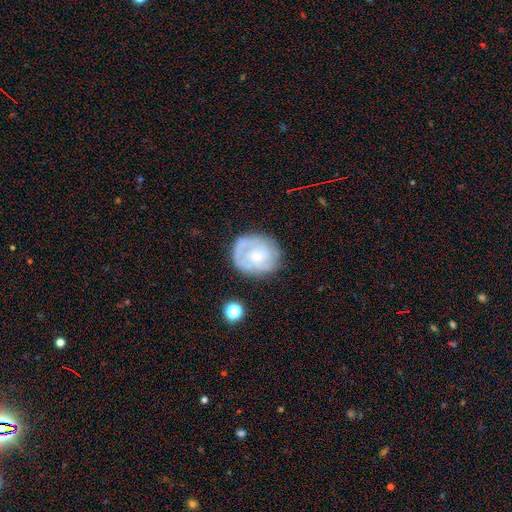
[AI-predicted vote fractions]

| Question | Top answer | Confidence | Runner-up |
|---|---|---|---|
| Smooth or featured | featured or disk | 60% | smooth (32%) |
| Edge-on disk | no | 98% | yes (2%) |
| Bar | no | 73% | weak (24%) |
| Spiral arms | yes | 79% | no (21%) |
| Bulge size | small | 55% | moderate (29%) |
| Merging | none | 72% | minor disturbance (18%) |